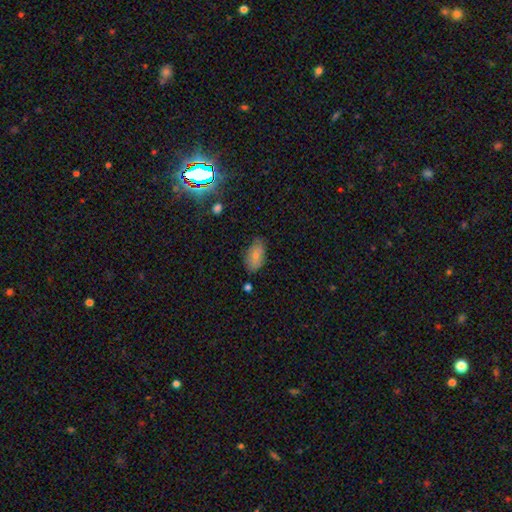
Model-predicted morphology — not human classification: This is likely a smooth galaxy (80%). How rounded: clearly in between (93%). Merging: likely none (74%).